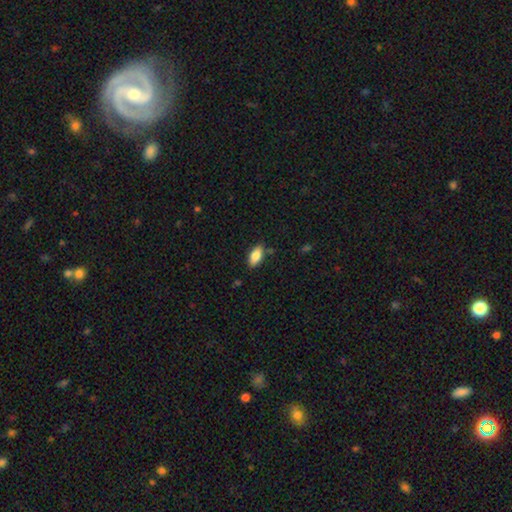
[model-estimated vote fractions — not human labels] smooth-or-featured: smooth: 82% | featured or disk: 11% | star or artifact: 7%
  how-rounded: in between: 87% | cigar-shaped: 10% | round: 2%
  merging: none: 81% | minor disturbance: 14% | merger: 3% | major disturbance: 3%